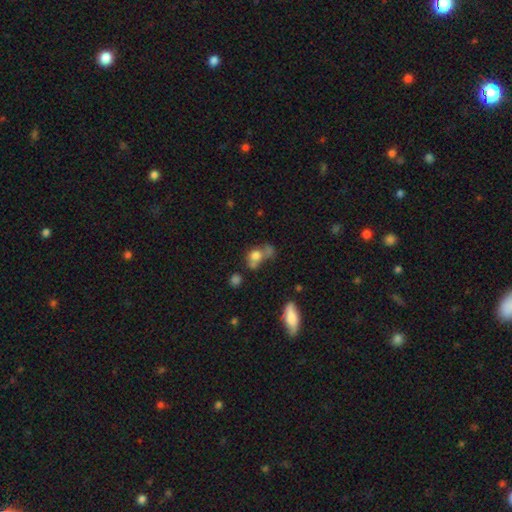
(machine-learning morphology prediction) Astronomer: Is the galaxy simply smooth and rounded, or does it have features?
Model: smooth — 69%.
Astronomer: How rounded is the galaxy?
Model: round — 53% (runner-up: in between, 44%).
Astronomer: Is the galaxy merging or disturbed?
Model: merger — 41% (runner-up: none, 30%).